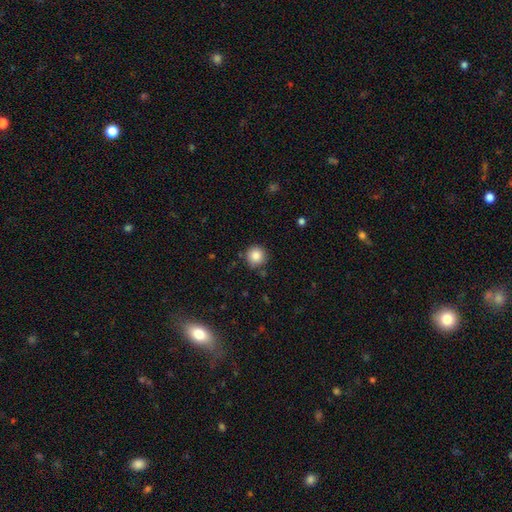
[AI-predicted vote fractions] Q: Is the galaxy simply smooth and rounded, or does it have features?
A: smooth — 85%.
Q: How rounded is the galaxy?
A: round — 95%.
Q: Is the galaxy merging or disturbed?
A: none — 85%.